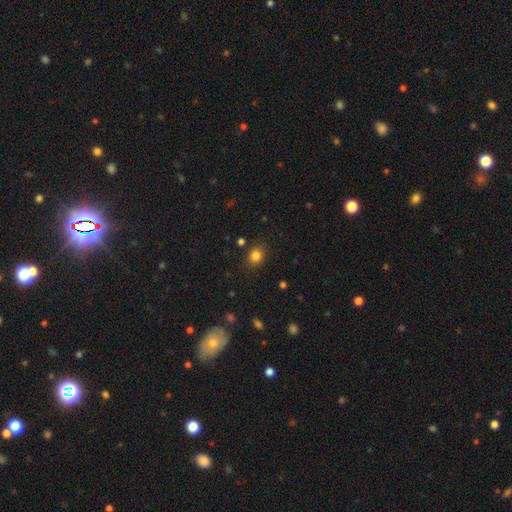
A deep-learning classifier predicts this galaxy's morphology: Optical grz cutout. It shows a smooth galaxy with no disk features (82%) that is round (64%). Merging: none (85%).